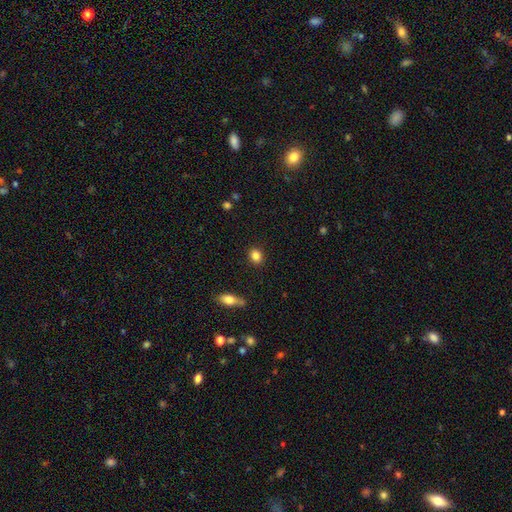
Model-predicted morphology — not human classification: type=smooth (85%); roundness=round (56%); merging=none (89%).